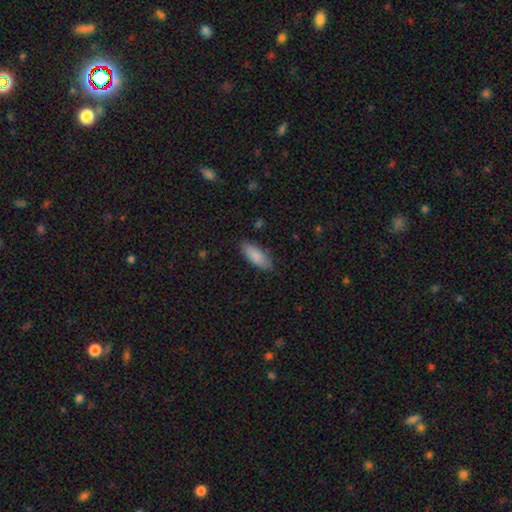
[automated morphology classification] type=smooth (87%); roundness=in between (82%); merging=none (82%).